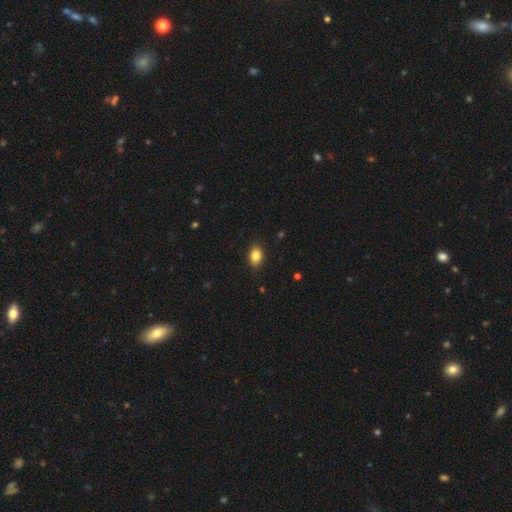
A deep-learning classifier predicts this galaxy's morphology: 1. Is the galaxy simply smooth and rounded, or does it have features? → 84% smooth, 9% star or artifact, 7% featured or disk.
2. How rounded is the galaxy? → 81% in between, 18% round, 1% cigar-shaped.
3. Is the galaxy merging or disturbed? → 87% none, 10% minor disturbance, 2% major disturbance, 1% merger.